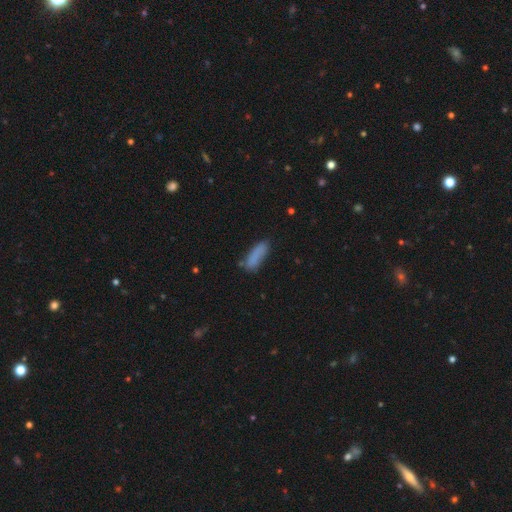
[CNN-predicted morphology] A smooth galaxy with no disk features (83%) that is cigar-shaped (53%).

Vote fractions:
- Smooth or featured? smooth: 83% / featured or disk: 9% / star or artifact: 8%
- How rounded? cigar-shaped: 53% / in between: 45% / round: 2%
- Merging? none: 66% / minor disturbance: 23% / major disturbance: 7% / merger: 5%